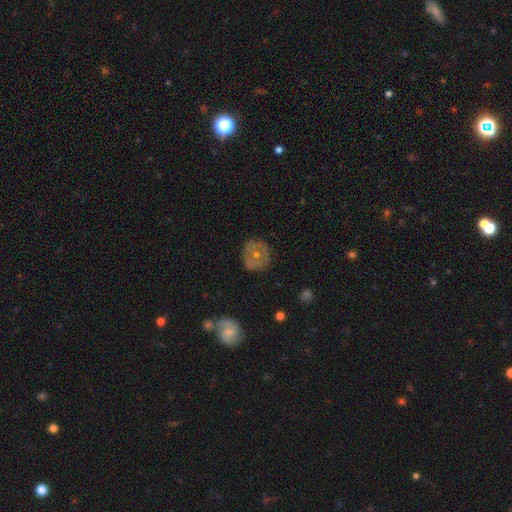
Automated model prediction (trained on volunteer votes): Smooth or featured? Predicted: smooth (p=0.47). Merging? Predicted: none (p=0.78).